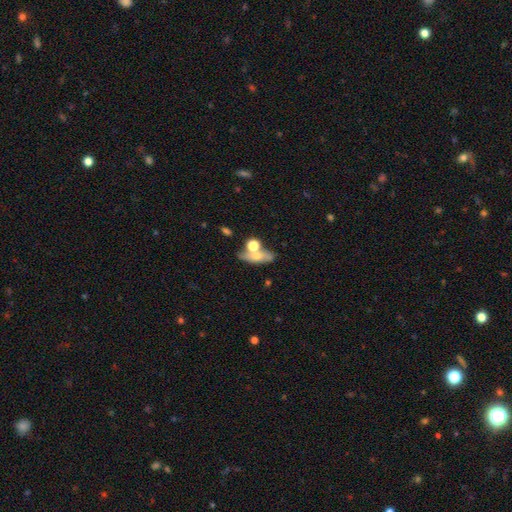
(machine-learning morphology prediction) A smooth galaxy with no disk features (57%) that is in between round and cigar-shaped (54%).

Vote fractions:
- Smooth or featured? smooth: 57% / featured or disk: 32% / star or artifact: 10%
- How rounded? in between: 54% / cigar-shaped: 26% / round: 20%
- Merging? none: 47% / merger: 28% / minor disturbance: 16% / major disturbance: 9%